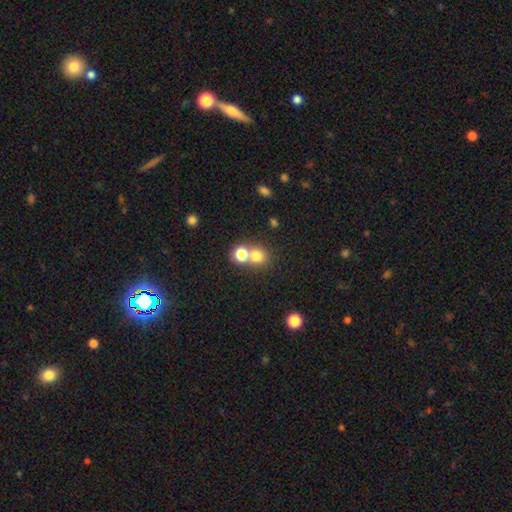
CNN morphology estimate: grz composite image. It shows a smooth galaxy with no disk features (74%) that is round (82%). Merging: none (49%).